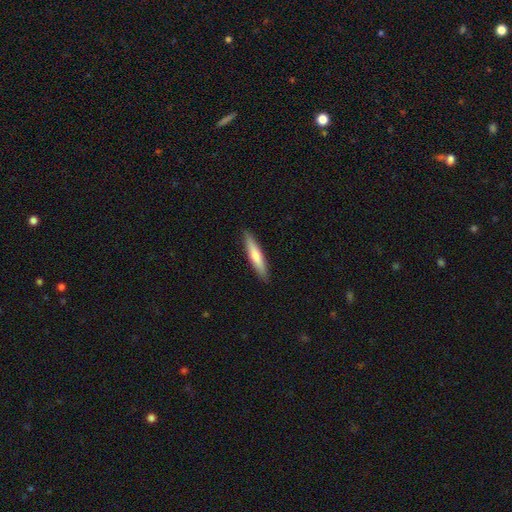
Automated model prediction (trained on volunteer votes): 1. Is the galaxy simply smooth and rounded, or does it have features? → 70% smooth, 25% featured or disk, 5% star or artifact.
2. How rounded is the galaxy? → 90% cigar-shaped, 9% in between, 1% round.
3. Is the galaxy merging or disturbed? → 91% none, 7% minor disturbance, 1% major disturbance, 1% merger.